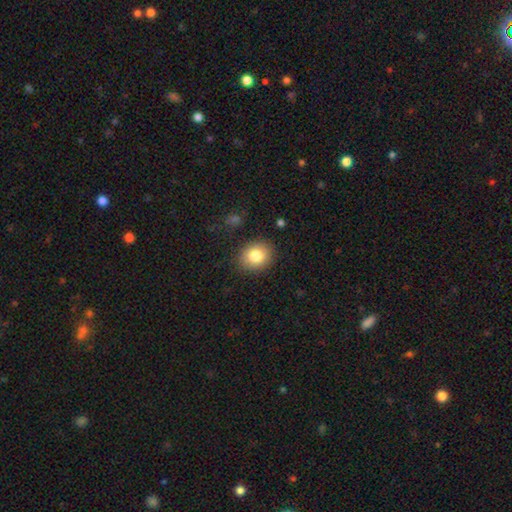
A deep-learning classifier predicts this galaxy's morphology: Smooth or featured?
  - smooth: 82% *
  - star or artifact: 9%
  - featured or disk: 9%
How rounded?
  - round: 65% *
  - in between: 34%
  - cigar-shaped: 1%
Merging?
  - none: 87% *
  - minor disturbance: 9%
  - major disturbance: 3%
  - merger: 1%